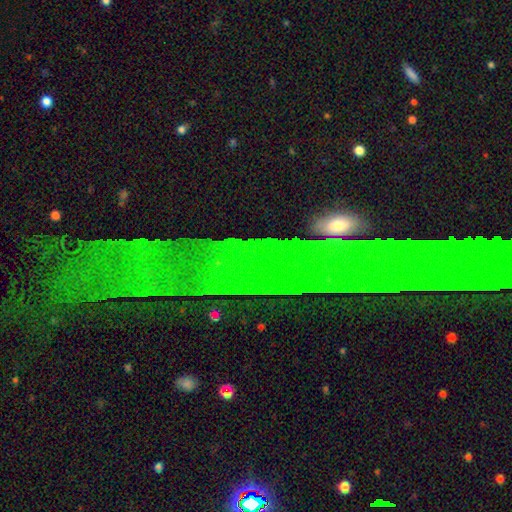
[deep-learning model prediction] Smooth or featured? Predicted: star or artifact (p=0.67).